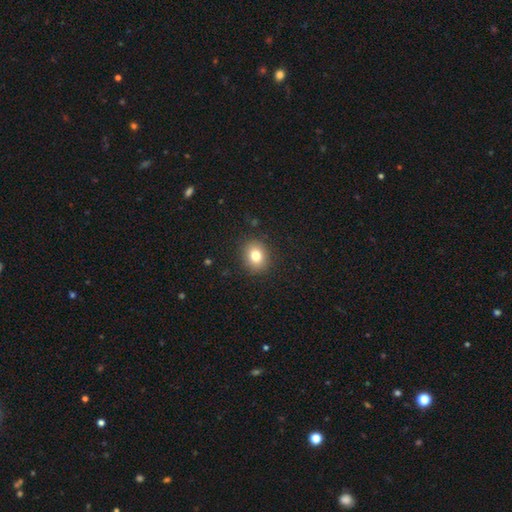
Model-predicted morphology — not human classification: Smooth or featured? smooth (79%)
How rounded? round (63%)
Merging? none (88%)